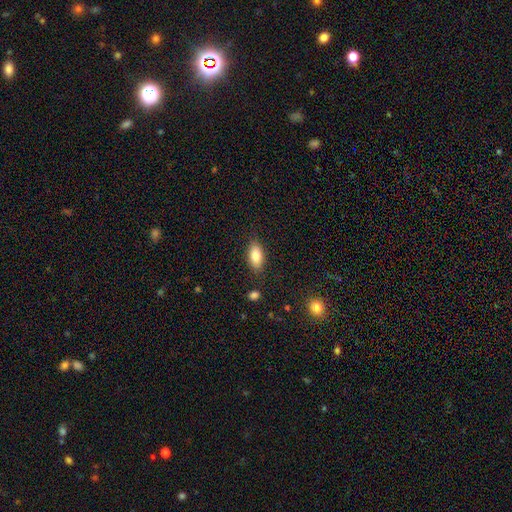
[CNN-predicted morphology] Smooth or featured?
  - smooth: 83% *
  - featured or disk: 9%
  - star or artifact: 7%
How rounded?
  - in between: 89% *
  - cigar-shaped: 8%
  - round: 4%
Merging?
  - none: 84% *
  - minor disturbance: 12%
  - major disturbance: 3%
  - merger: 2%